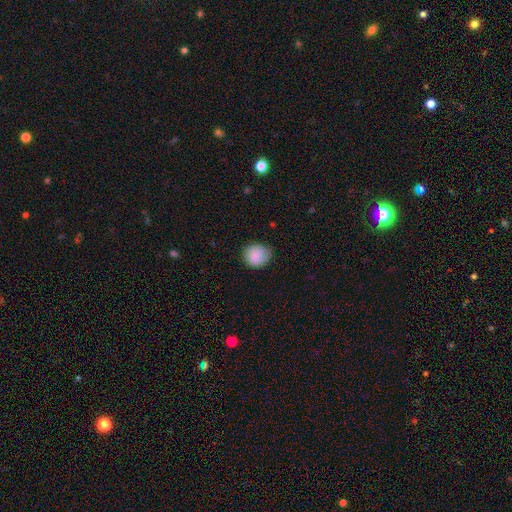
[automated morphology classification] This appears to be a smooth galaxy with no disk features (84%) that is round (79%). Merging: none (69%).